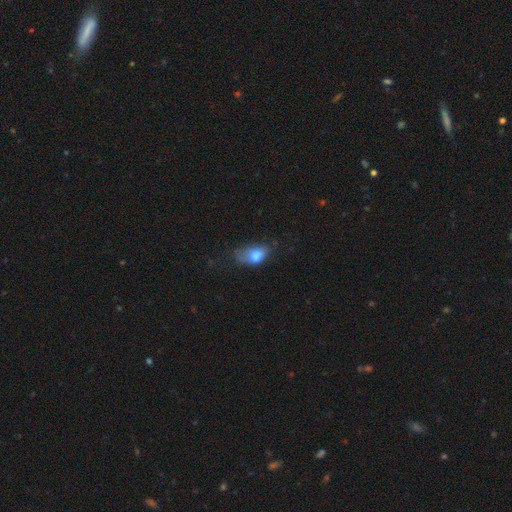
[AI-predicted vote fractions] The model was most divided on "merging": minor disturbance: 36%, major disturbance: 30%, none: 29%, merger: 5%. More confident: how rounded — in between (87%); smooth or featured — smooth (71%).